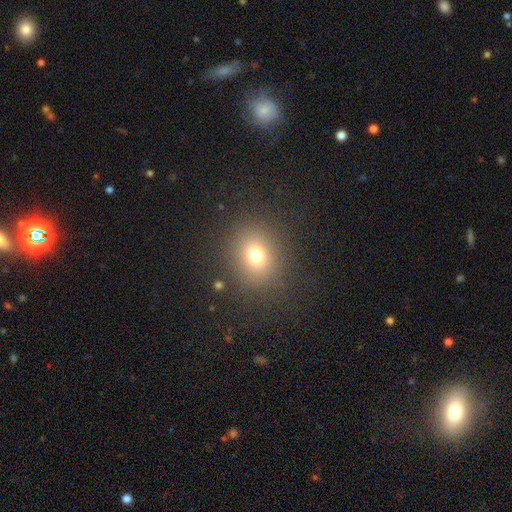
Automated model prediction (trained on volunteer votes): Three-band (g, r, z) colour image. It shows a smooth galaxy with no disk features (72%) that is round (73%). Merging: none (86%).